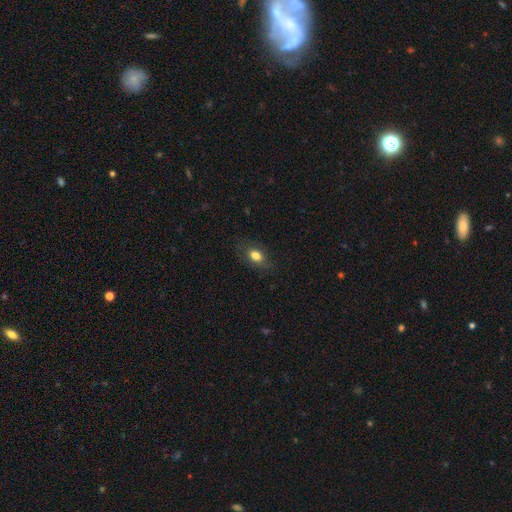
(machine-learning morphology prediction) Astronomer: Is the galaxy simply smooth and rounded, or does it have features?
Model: smooth — 76%.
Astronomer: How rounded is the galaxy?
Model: in between — 80%.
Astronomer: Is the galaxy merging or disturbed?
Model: none — 76%.